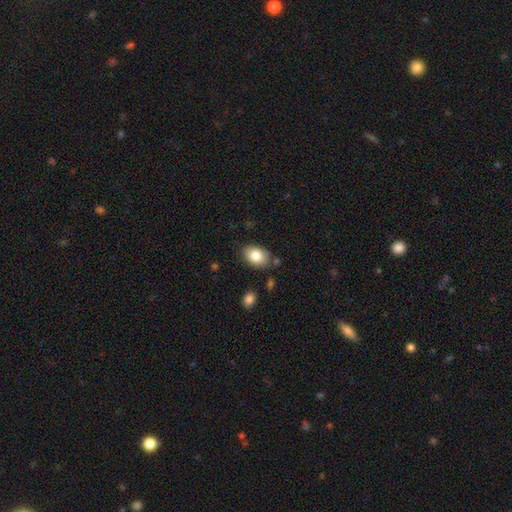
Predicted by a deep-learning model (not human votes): Overall: smooth (82%). How rounded: in between (81%). Merging: none (78%).